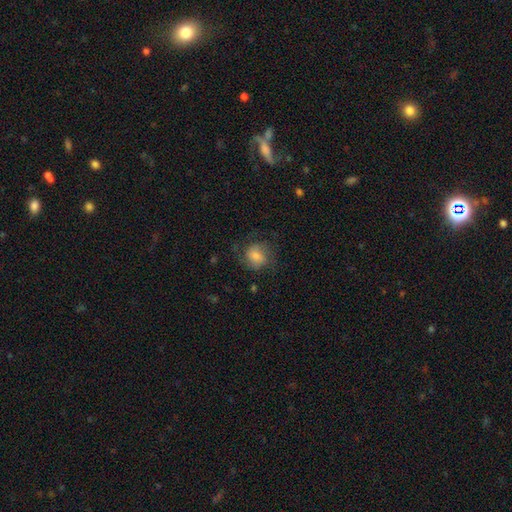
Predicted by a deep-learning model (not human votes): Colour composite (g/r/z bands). It shows a smooth galaxy with no disk features (49%). Merging: none (66%).